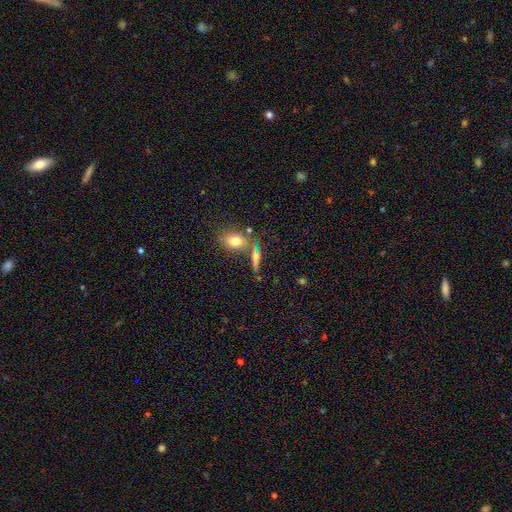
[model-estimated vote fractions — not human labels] The model was most divided on "smooth or featured": smooth: 53%, featured or disk: 33%, star or artifact: 14%. More confident: merging — none (62%); how rounded — cigar-shaped (56%).